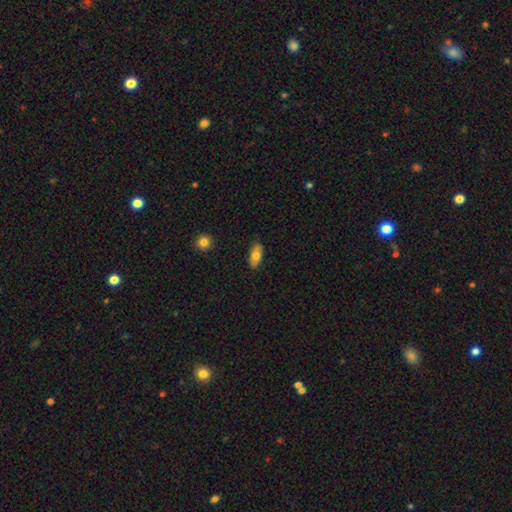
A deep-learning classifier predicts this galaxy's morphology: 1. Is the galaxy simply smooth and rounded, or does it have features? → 74% smooth, 19% featured or disk, 7% star or artifact.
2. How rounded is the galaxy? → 84% in between, 13% cigar-shaped, 3% round.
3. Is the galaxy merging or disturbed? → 87% none, 10% minor disturbance, 2% major disturbance, 1% merger.